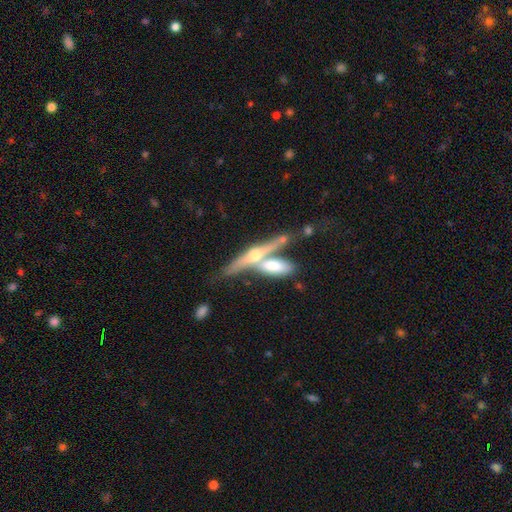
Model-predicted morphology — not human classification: Q: Smooth or featured?
A: featured or disk (66%); runner-up: smooth (27%)
Q: Edge-on disk?
A: yes (90%); runner-up: no (10%)
Q: Edge-on bulge?
A: rounded (90%); runner-up: none (5%)
Q: Merging?
A: merger (43%); runner-up: none (42%)